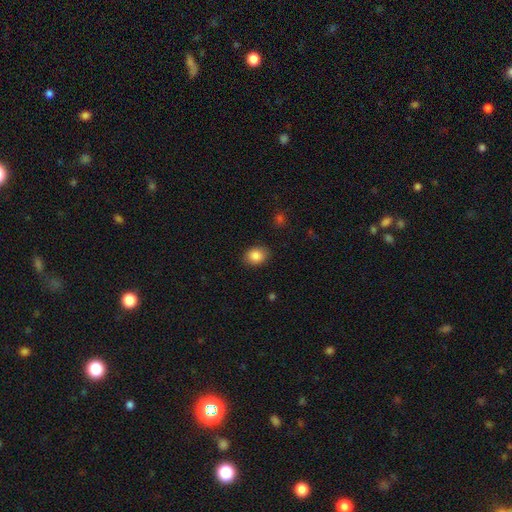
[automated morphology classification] This is clearly a smooth galaxy (86%). How rounded: possibly in between (59%). Merging: clearly none (87%).